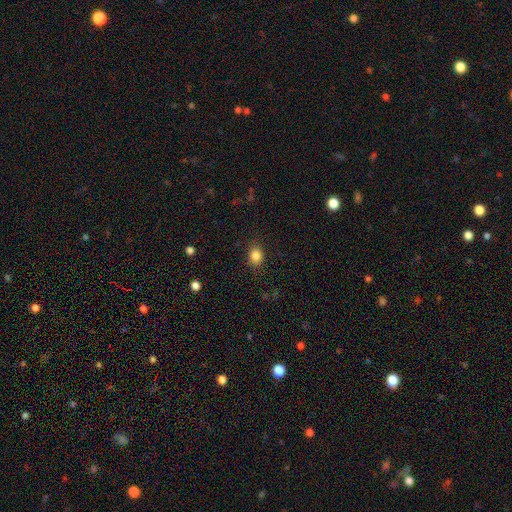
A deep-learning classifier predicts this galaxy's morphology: This is clearly a smooth galaxy (85%). How rounded: possibly in between (55%). Merging: clearly none (86%).